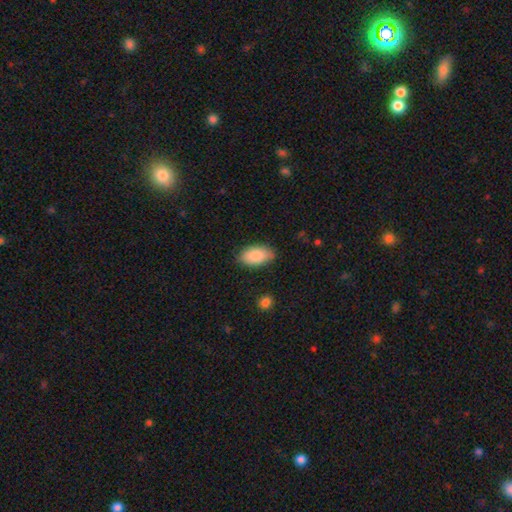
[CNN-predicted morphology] This is clearly a smooth galaxy (87%). How rounded: clearly in between (94%). Merging: clearly none (82%).